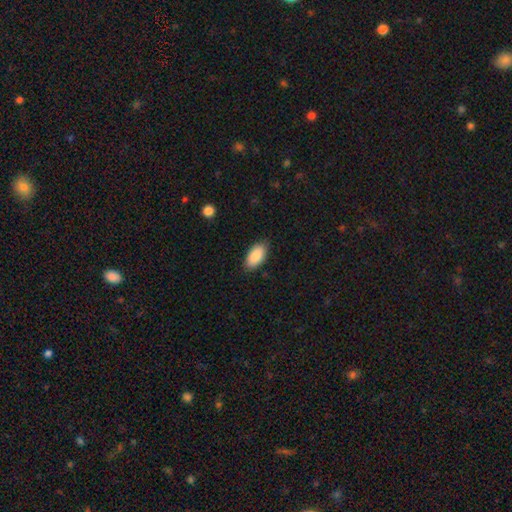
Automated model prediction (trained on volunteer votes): Q: Smooth or featured?
A: smooth (89%); runner-up: star or artifact (6%)
Q: How rounded?
A: in between (94%); runner-up: cigar-shaped (4%)
Q: Merging?
A: none (86%); runner-up: minor disturbance (11%)